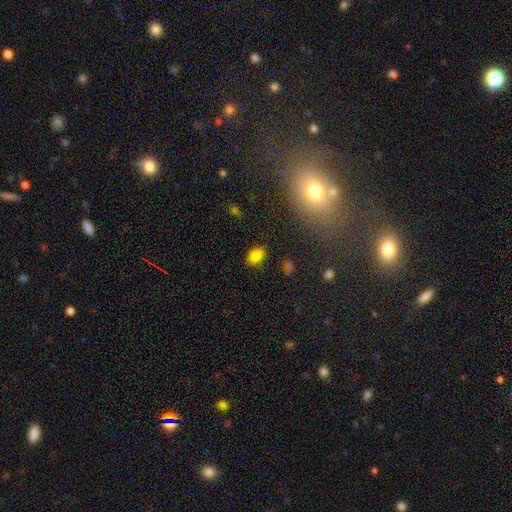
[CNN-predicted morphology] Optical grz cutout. It shows a smooth galaxy with no disk features (83%) that is in between round and cigar-shaped (74%). Merging: none (83%).